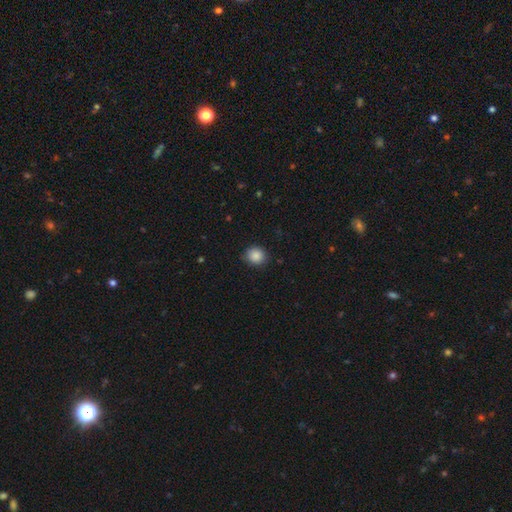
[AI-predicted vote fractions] Overall: smooth (88%). How rounded: round (82%). Merging: none (86%).